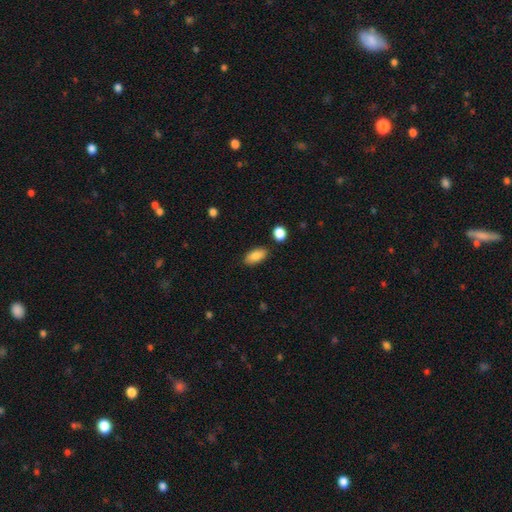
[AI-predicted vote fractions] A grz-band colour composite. It shows a smooth galaxy with no disk features (87%) that is in between round and cigar-shaped (91%). Merging: none (85%).